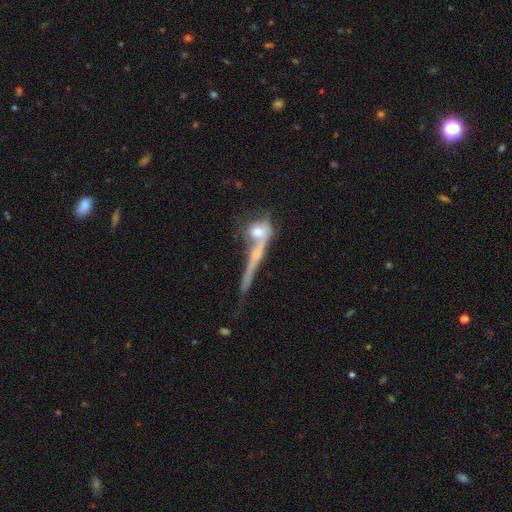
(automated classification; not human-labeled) Overall: featured or disk (51%; smooth 37%). Edge-on disk: yes (61%; no 39%). Merging: merger (45%; none 28%).